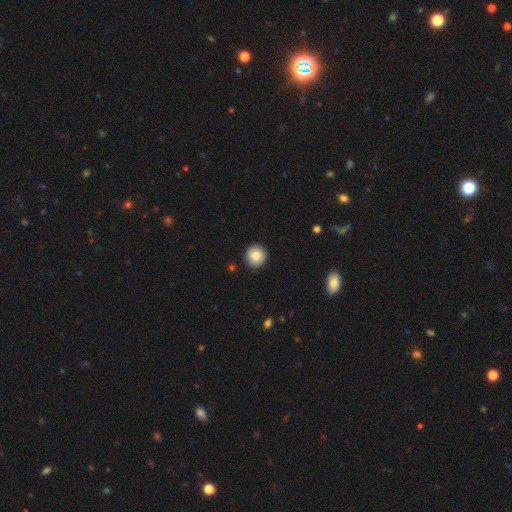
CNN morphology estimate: This is clearly a smooth galaxy (86%). How rounded: clearly round (93%). Merging: clearly none (91%).